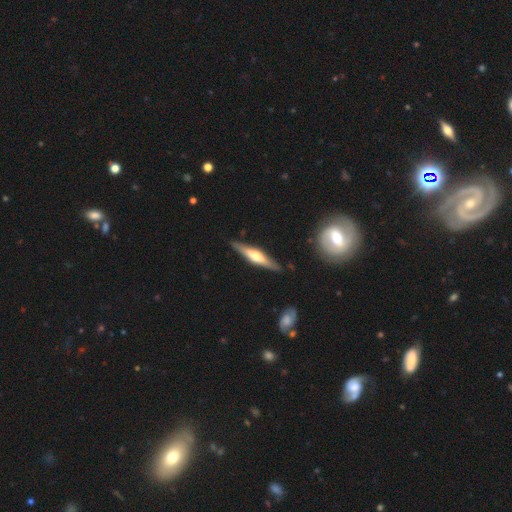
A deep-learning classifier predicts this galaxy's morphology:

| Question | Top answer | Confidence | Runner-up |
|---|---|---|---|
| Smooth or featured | featured or disk | 63% | smooth (32%) |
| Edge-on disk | yes | 95% | no (5%) |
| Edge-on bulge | rounded | 88% | boxy (7%) |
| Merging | none | 88% | minor disturbance (9%) |